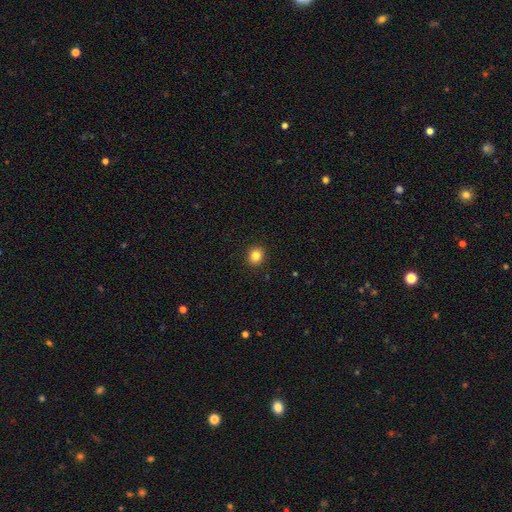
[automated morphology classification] Smooth or featured? smooth (83%)
How rounded? round (82%)
Merging? none (92%)